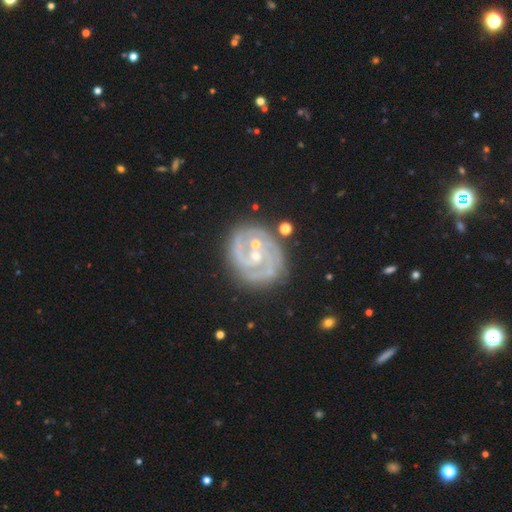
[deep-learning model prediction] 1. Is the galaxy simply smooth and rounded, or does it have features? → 88% featured or disk, 6% star or artifact, 6% smooth.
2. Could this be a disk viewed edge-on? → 98% no, 2% yes.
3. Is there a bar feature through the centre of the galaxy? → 56% no, 33% weak, 10% strong.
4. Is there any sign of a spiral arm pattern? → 97% yes, 3% no.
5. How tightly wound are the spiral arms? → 62% tight, 32% medium, 6% loose.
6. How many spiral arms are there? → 57% 2, 20% 3, 11% can't tell, 4% 1, 4% 4, 4% more than 4.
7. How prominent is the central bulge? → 59% small, 37% moderate, 2% none, 1% large, 1% dominant.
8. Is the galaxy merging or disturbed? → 72% none, 16% minor disturbance, 7% major disturbance, 5% merger.